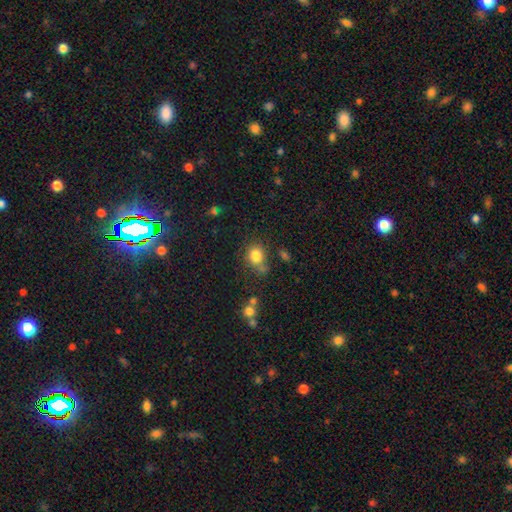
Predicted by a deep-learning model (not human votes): This appears to be a smooth galaxy with no disk features (81%) that is round (71%). Merging: none (63%).